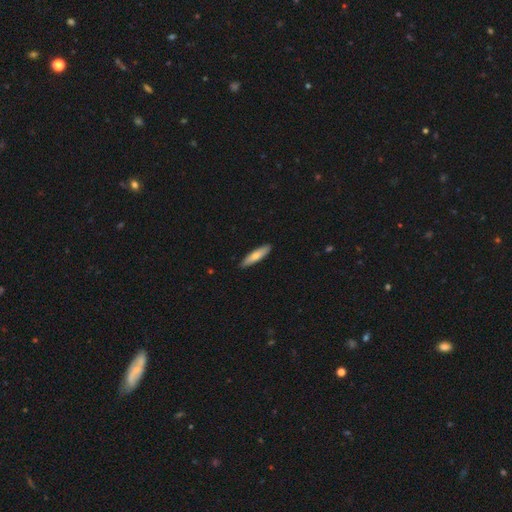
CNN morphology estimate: Q: Smooth or featured?
A: smooth (68%); runner-up: featured or disk (27%)
Q: How rounded?
A: cigar-shaped (75%); runner-up: in between (23%)
Q: Merging?
A: none (90%); runner-up: minor disturbance (7%)